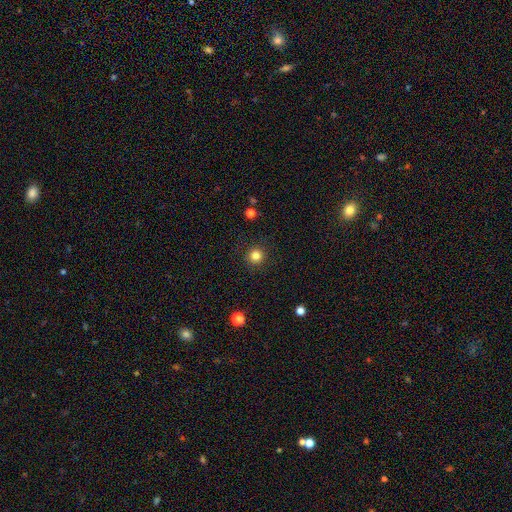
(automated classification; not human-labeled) smooth-or-featured: smooth: 83% | star or artifact: 12% | featured or disk: 5%
  how-rounded: round: 96% | in between: 3% | cigar-shaped: 1%
  merging: none: 92% | minor disturbance: 5% | major disturbance: 2% | merger: 1%